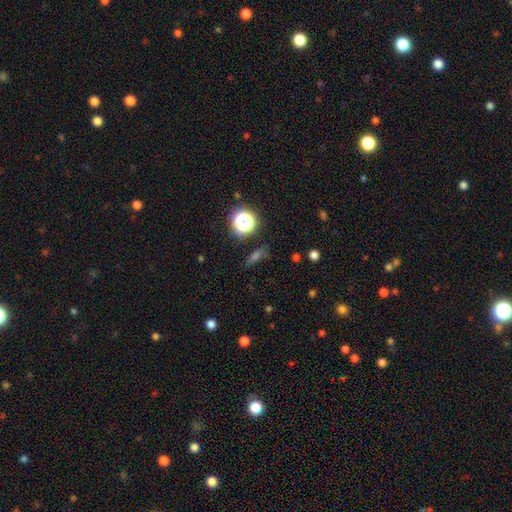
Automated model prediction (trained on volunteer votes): Q: Smooth or featured?
A: star or artifact (42%); runner-up: smooth (40%)